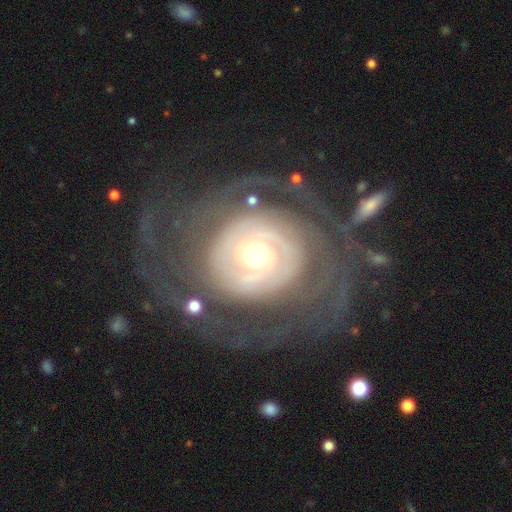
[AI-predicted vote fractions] Overall: featured or disk (83%). Edge-on disk: no (96%). Bar: no (75%). Spiral arms: yes (82%). Spiral arm count: can't tell (42%; 2 21%). Spiral winding: tight (69%). Bulge size: moderate (62%). Merging: none (61%).